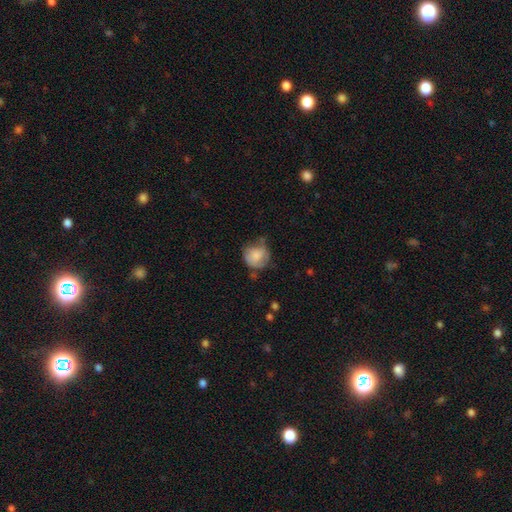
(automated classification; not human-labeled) Smooth or featured: smooth — 70% (featured or disk — 22%)
How rounded: round — 78% (in between — 21%)
Merging: none — 41% (minor disturbance — 37%)